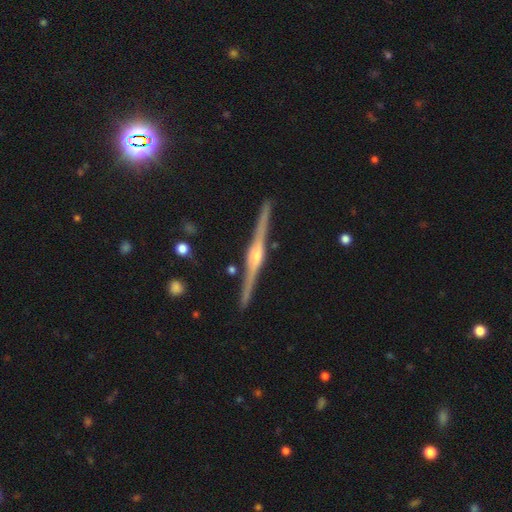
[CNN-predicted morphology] smooth_or_featured: featured or disk (p=0.90) [alt: smooth p=0.05]
disk_edge_on: yes (p=0.99) [alt: no p=0.01]
edge_on_bulge: rounded (p=0.85) [alt: boxy p=0.10]
merging: none (p=0.92) [alt: minor disturbance p=0.05]